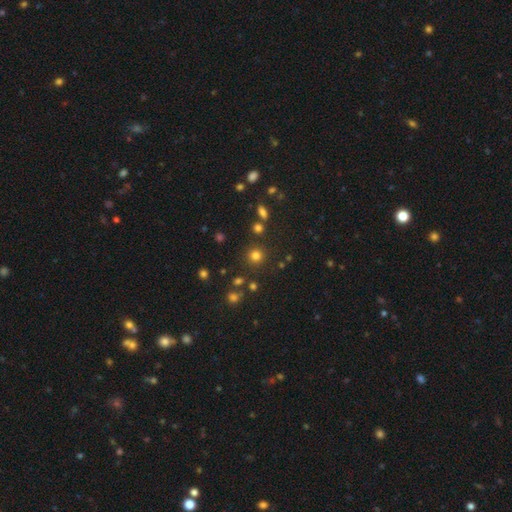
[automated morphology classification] smooth 77%, star or artifact 18%, featured or disk 6%. Down the decision tree: how rounded — round (93%); merging — none (85%).